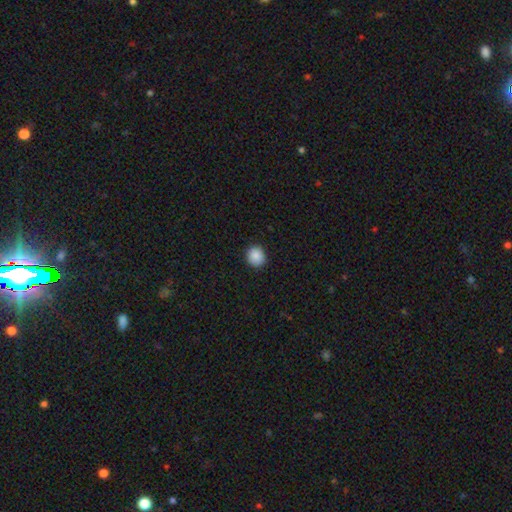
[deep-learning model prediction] This appears to be a smooth galaxy with no disk features (88%) that is round (88%). Merging: none (92%).